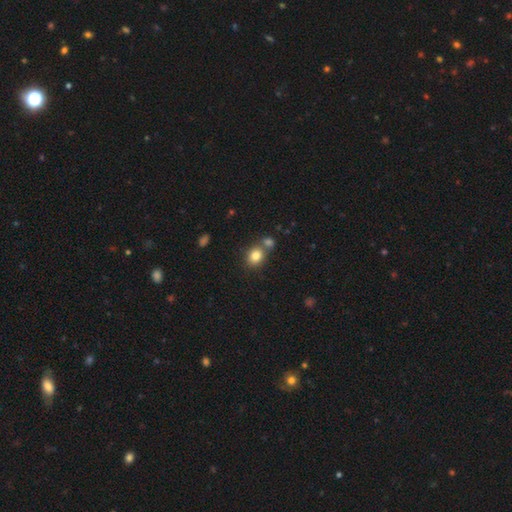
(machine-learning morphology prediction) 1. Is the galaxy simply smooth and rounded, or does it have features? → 82% smooth, 11% star or artifact, 7% featured or disk.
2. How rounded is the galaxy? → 63% round, 36% in between, 1% cigar-shaped.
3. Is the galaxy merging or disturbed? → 59% none, 29% merger, 10% minor disturbance, 3% major disturbance.